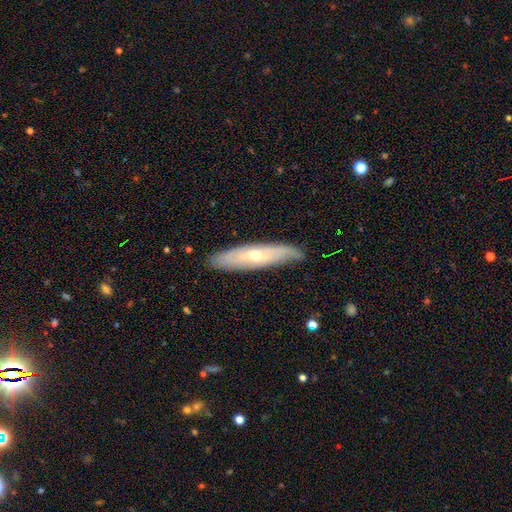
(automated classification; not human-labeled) Overall: featured or disk (60%; smooth 33%). Edge-on disk: yes (51%; no 49%). Merging: none (80%).